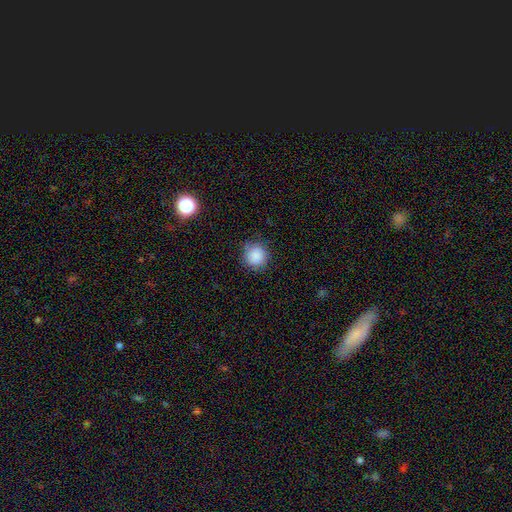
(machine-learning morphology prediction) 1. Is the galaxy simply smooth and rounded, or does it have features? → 86% smooth, 9% star or artifact, 5% featured or disk.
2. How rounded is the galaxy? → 90% round, 9% in between, 1% cigar-shaped.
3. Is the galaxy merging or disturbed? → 82% none, 13% minor disturbance, 4% major disturbance, 1% merger.